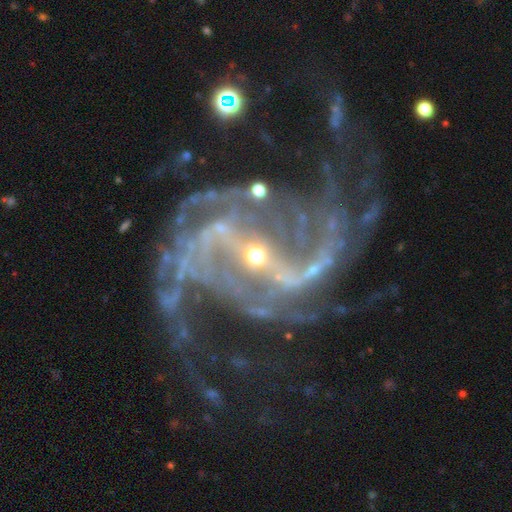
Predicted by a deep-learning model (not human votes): A featured or disk galaxy (92%) with a strong bar (56%), 2 (55%) loose (44%) spiral arms (98%) and a small central bulge (82%). Merging: none (49%).